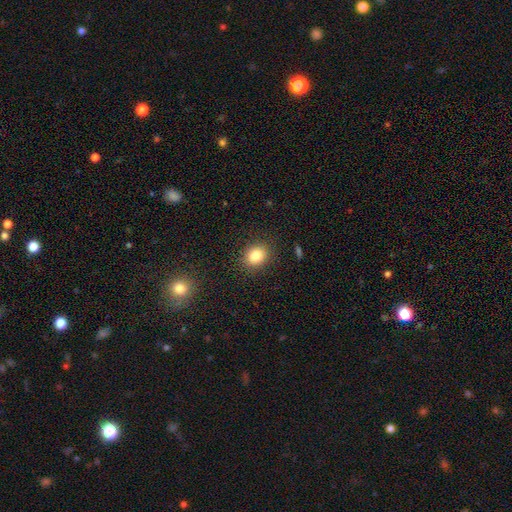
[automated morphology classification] Smooth or featured? smooth (84%)
How rounded? round (58%)
Merging? none (88%)